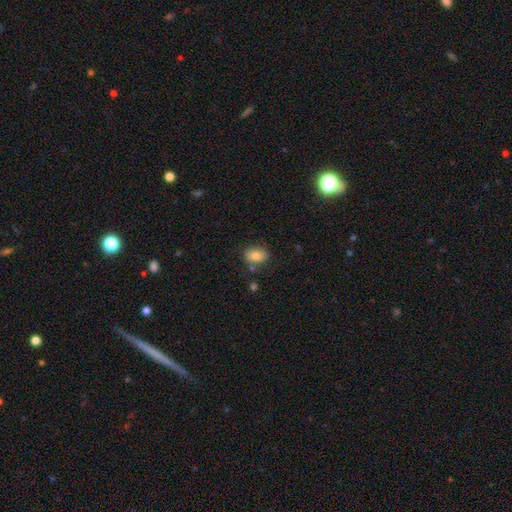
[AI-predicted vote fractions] Morphology: type=smooth (80%); roundness=in between (75%); merging=none (76%).